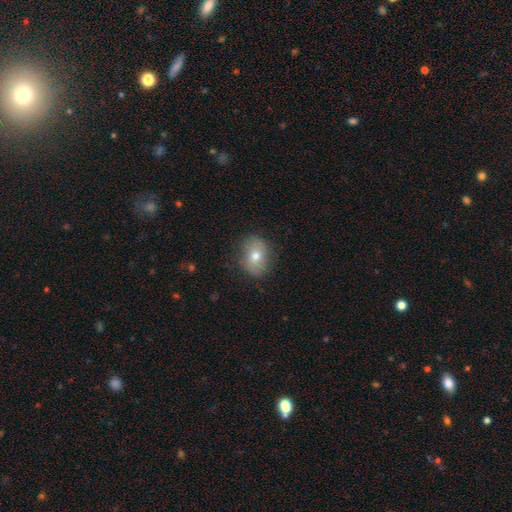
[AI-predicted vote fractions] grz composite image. It shows a smooth galaxy with no disk features (67%) that is in between round and cigar-shaped (66%). Merging: none (82%).